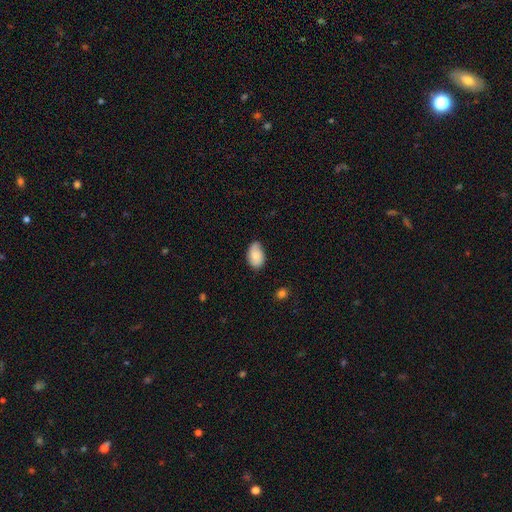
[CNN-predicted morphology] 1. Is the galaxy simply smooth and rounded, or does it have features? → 80% smooth, 14% featured or disk, 7% star or artifact.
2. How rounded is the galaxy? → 91% in between, 8% round, 1% cigar-shaped.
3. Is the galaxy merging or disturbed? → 69% none, 26% minor disturbance, 4% major disturbance, 1% merger.